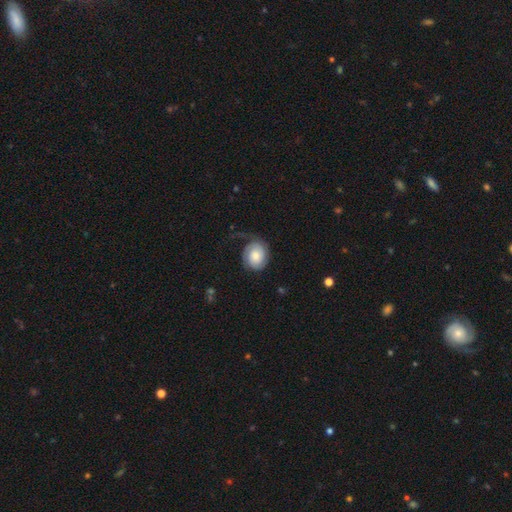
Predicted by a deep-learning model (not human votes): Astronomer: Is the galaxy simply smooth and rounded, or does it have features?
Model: featured or disk — 53% (runner-up: smooth, 40%).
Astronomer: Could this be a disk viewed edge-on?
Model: no — 97%.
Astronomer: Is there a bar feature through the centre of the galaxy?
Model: no — 76%.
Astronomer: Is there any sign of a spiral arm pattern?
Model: yes — 90%.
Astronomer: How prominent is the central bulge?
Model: moderate — 50% (runner-up: small, 29%).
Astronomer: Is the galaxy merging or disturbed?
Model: none — 53%.